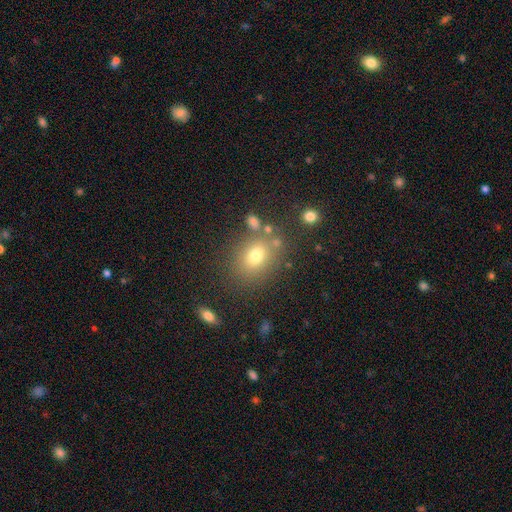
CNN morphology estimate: Smooth or featured?
  - smooth: 72% *
  - star or artifact: 15%
  - featured or disk: 13%
How rounded?
  - in between: 54% *
  - round: 44%
  - cigar-shaped: 1%
Merging?
  - none: 72% *
  - minor disturbance: 13%
  - merger: 10%
  - major disturbance: 5%